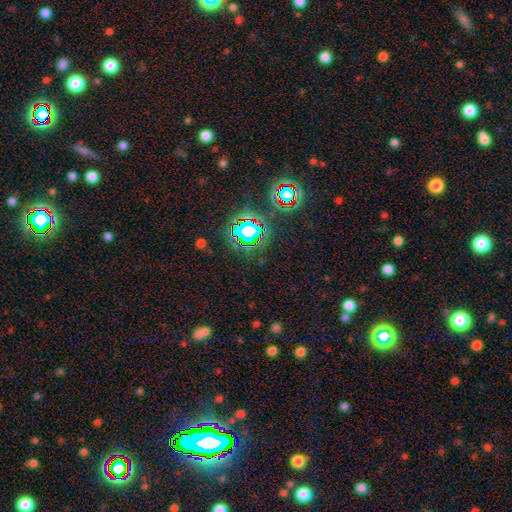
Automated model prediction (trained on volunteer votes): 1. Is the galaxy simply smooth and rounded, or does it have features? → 76% star or artifact, 16% smooth, 8% featured or disk.